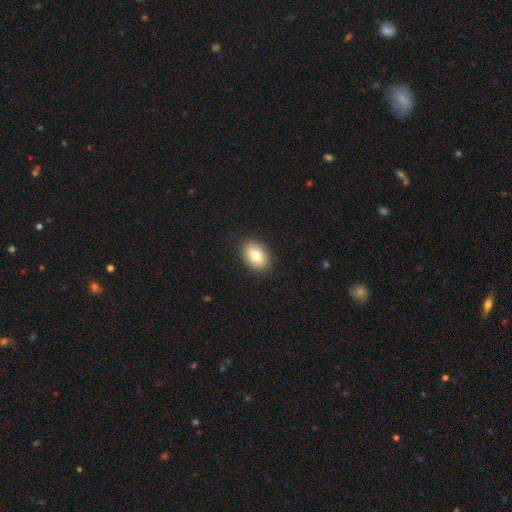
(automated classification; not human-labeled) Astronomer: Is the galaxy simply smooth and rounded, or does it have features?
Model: smooth — 80%.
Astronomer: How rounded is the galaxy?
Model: in between — 85%.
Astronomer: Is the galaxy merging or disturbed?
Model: none — 89%.